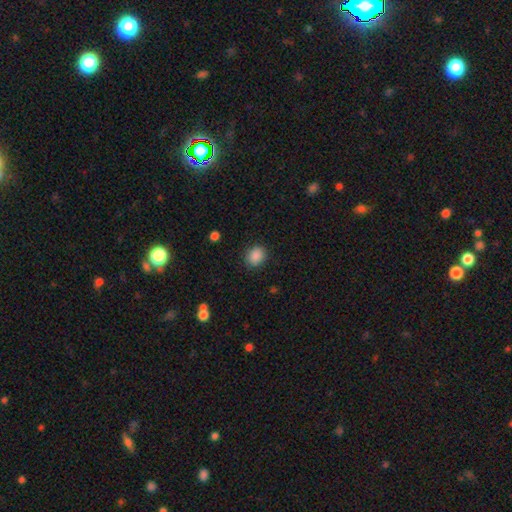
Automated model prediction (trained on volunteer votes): smooth 88%, star or artifact 9%, featured or disk 3%. Down the decision tree: how rounded — round (56%); merging — none (87%).